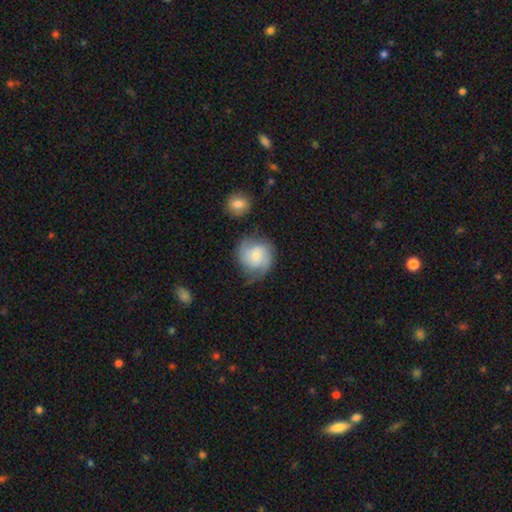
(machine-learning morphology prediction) Q: Smooth or featured?
A: featured or disk (49%); runner-up: smooth (43%)
Q: Merging?
A: none (58%); runner-up: minor disturbance (24%)